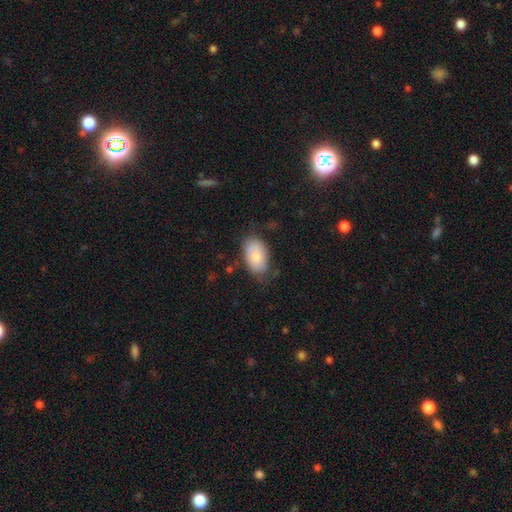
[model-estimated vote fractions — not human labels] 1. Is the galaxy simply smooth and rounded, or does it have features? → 80% smooth, 14% featured or disk, 6% star or artifact.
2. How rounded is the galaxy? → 93% in between, 6% round, 1% cigar-shaped.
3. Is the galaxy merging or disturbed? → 70% none, 22% minor disturbance, 5% major disturbance, 2% merger.